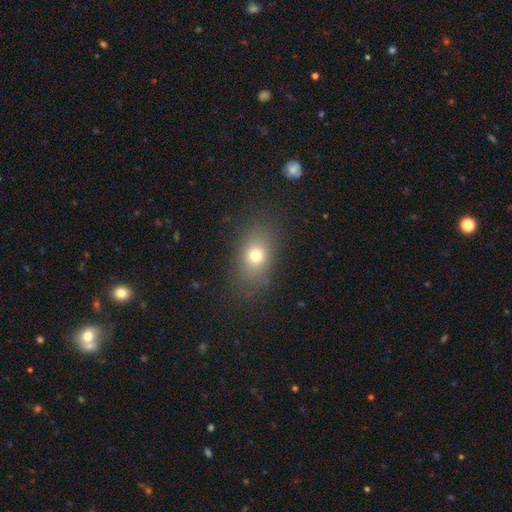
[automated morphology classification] This is likely a smooth galaxy (71%). How rounded: likely in between (69%). Merging: clearly none (82%).